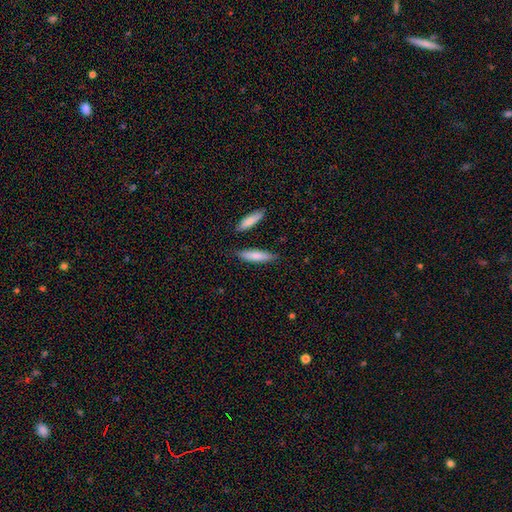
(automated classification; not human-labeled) smooth-or-featured: smooth: 78% | featured or disk: 16% | star or artifact: 6%
  how-rounded: cigar-shaped: 73% | in between: 25% | round: 2%
  merging: none: 80% | minor disturbance: 12% | merger: 6% | major disturbance: 3%